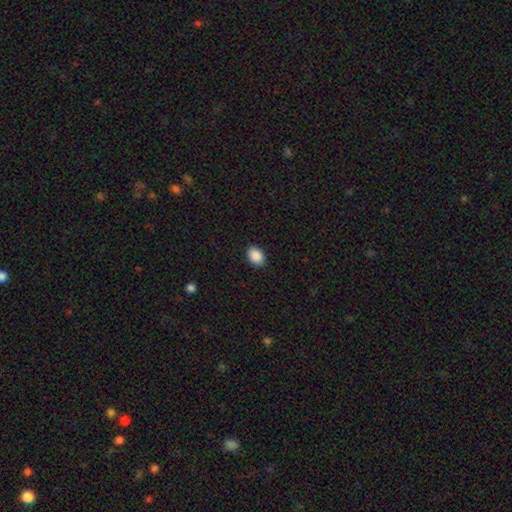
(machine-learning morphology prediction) Q: Smooth or featured?
A: smooth (89%); runner-up: star or artifact (8%)
Q: How rounded?
A: in between (74%); runner-up: round (25%)
Q: Merging?
A: none (89%); runner-up: minor disturbance (8%)